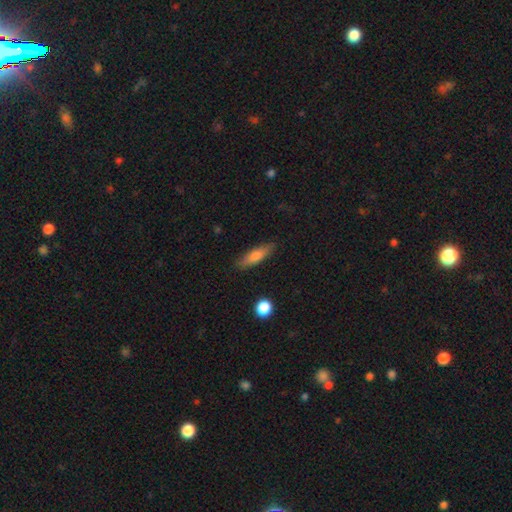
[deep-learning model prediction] Smooth or featured? Predicted: smooth (p=0.71). How rounded? Predicted: cigar-shaped (p=0.59). Merging? Predicted: none (p=0.85).